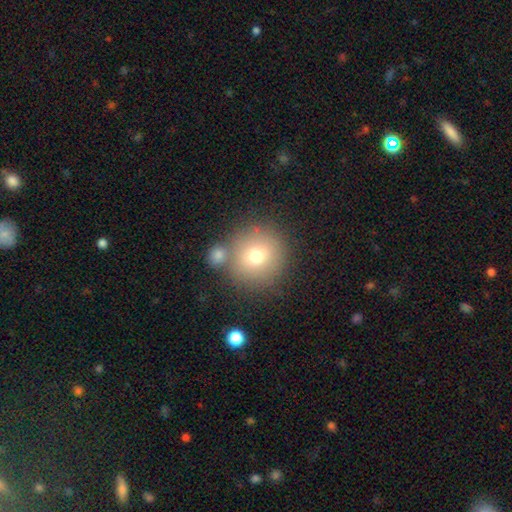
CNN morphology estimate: type=smooth (73%); roundness=round (94%); merging=none (71%).